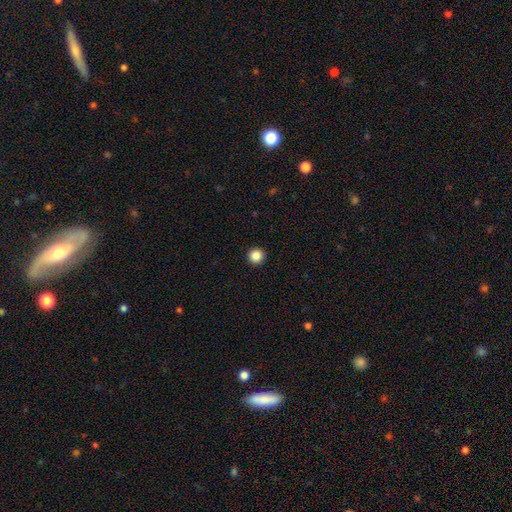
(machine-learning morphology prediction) smooth-or-featured: smooth: 87% | star or artifact: 10% | featured or disk: 3%
  how-rounded: round: 96% | in between: 3% | cigar-shaped: 1%
  merging: none: 93% | minor disturbance: 4% | major disturbance: 1% | merger: 1%